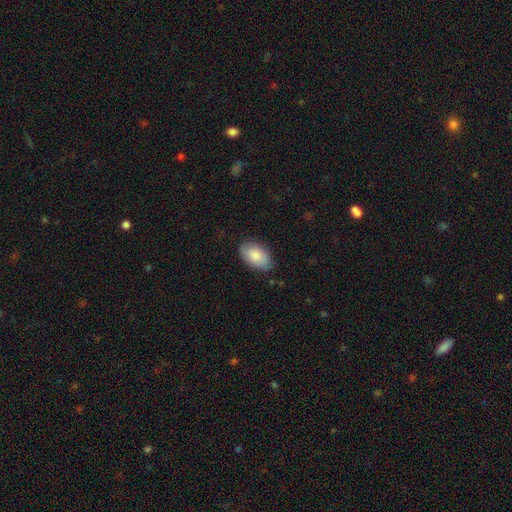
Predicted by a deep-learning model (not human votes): This appears to be a smooth galaxy with no disk features (84%) that is in between round and cigar-shaped (94%). Merging: none (81%).